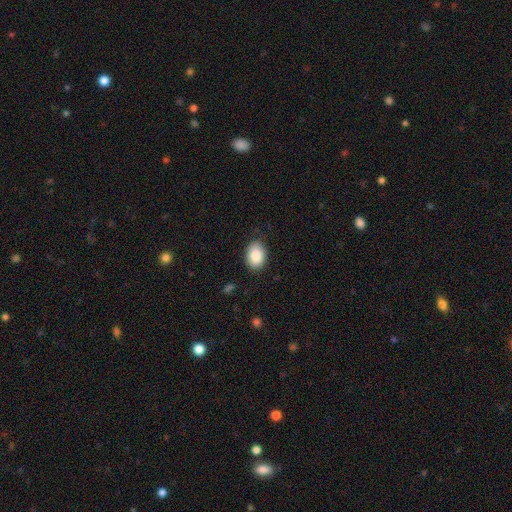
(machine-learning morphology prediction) Smooth or featured: smooth — 87% (star or artifact — 7%)
How rounded: in between — 81% (round — 18%)
Merging: none — 83% (minor disturbance — 13%)